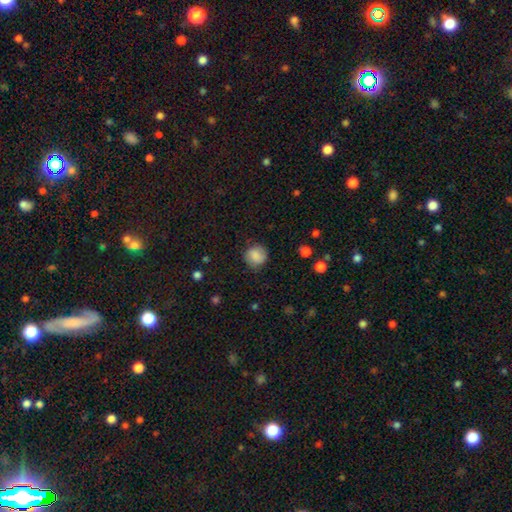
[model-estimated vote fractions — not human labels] Smooth or featured: smooth — 81% (featured or disk — 11%)
How rounded: round — 87% (in between — 12%)
Merging: none — 78% (minor disturbance — 16%)